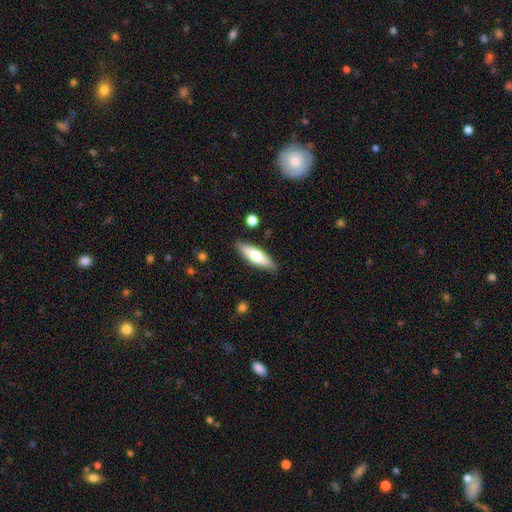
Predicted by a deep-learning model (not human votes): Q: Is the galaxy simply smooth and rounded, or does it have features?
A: smooth — 66%.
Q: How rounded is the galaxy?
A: cigar-shaped — 56%.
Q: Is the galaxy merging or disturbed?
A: none — 86%.